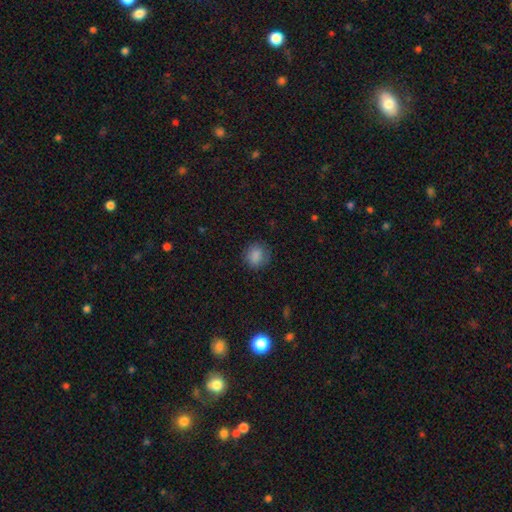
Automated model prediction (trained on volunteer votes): This is clearly a smooth galaxy (86%). How rounded: likely round (80%). Merging: clearly none (82%).